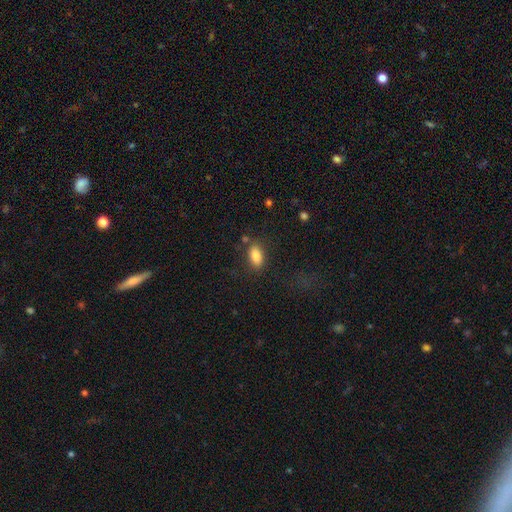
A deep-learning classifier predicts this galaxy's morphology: Smooth or featured? Predicted: smooth (p=0.84). How rounded? Predicted: in between (p=0.89). Merging? Predicted: none (p=0.78).